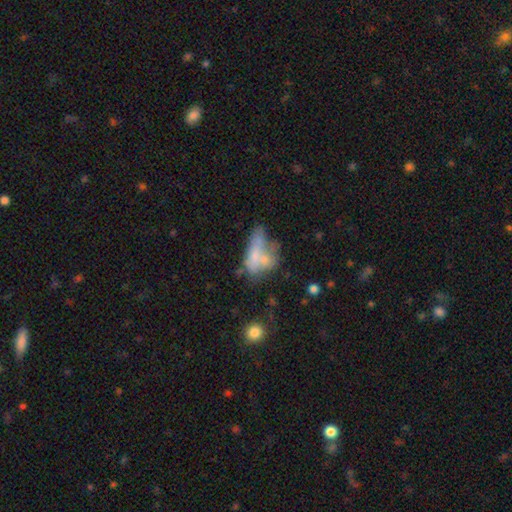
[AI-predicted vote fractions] Morphology: type=smooth (54%); roundness=in between (73%); merging=merger (41%).